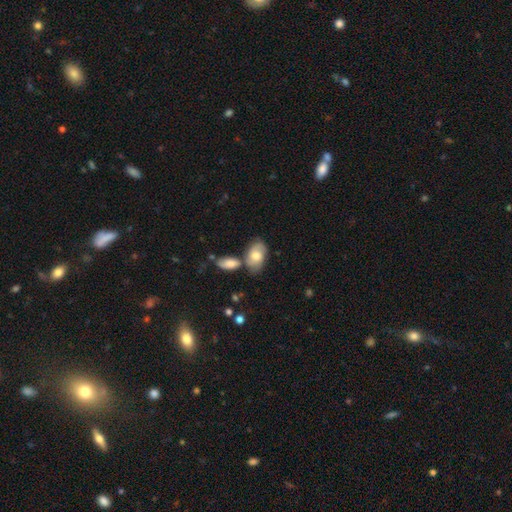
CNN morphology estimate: Overall: smooth (61%; featured or disk 33%). How rounded: in between (91%). Merging: none (51%; merger 24%).